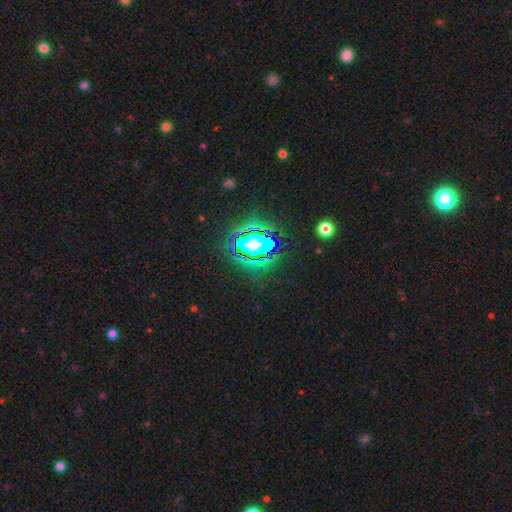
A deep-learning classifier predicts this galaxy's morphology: Overall: star or artifact (81%).